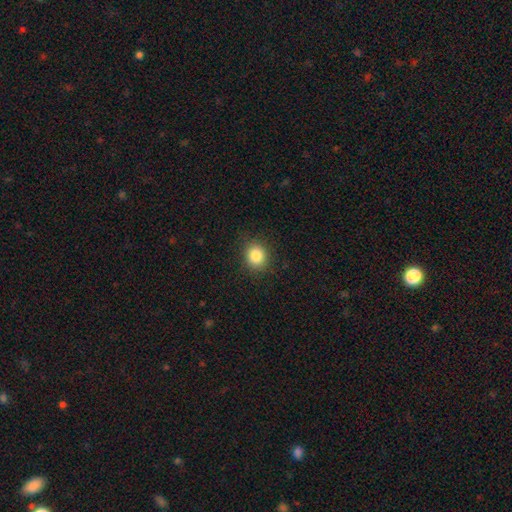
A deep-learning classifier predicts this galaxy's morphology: This is clearly a smooth galaxy (85%). How rounded: likely round (75%). Merging: clearly none (88%).